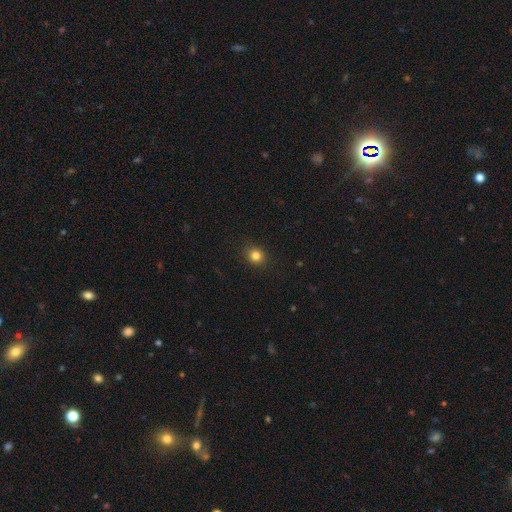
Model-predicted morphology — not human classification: Smooth or featured?
  - smooth: 82% *
  - star or artifact: 13%
  - featured or disk: 5%
How rounded?
  - round: 84% *
  - in between: 15%
  - cigar-shaped: 1%
Merging?
  - none: 90% *
  - minor disturbance: 7%
  - major disturbance: 2%
  - merger: 1%